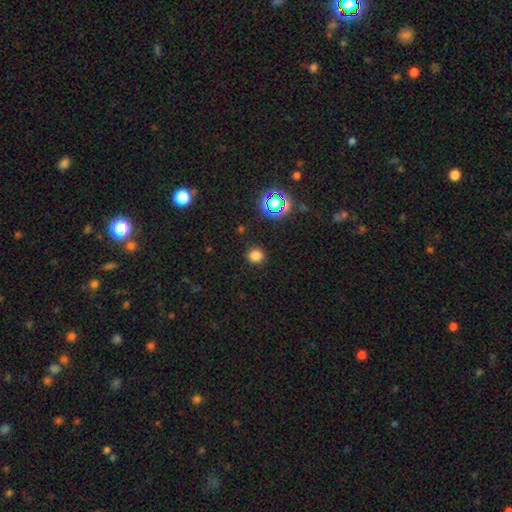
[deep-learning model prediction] smooth 78%, star or artifact 17%, featured or disk 5%. Down the decision tree: how rounded — round (87%); merging — none (90%).